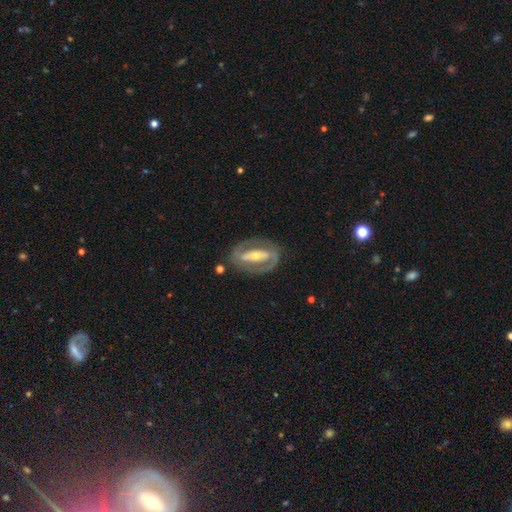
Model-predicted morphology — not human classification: The model was most divided on "bulge size": moderate: 49%, small: 46%, large: 3%, none: 1%, dominant: 1%. Remaining: edge-on disk — no (93%); spiral arm count — 2 (86%); smooth or featured — featured or disk (85%); merging — none (82%); spiral arms — yes (76%); bar — strong (69%); spiral winding — tight (45%).